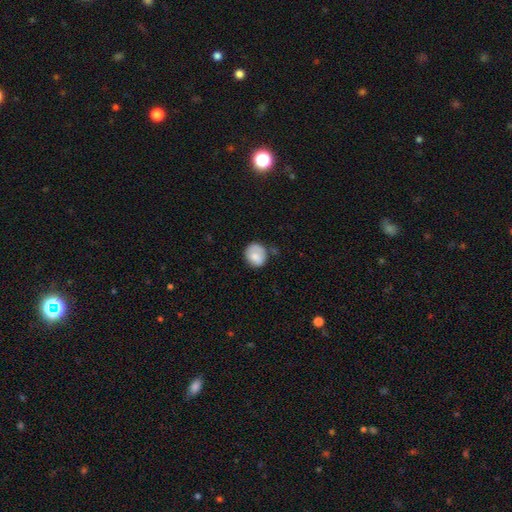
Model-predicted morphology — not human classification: smooth_or_featured: smooth (p=0.73) [alt: featured or disk p=0.20]
how_rounded: round (p=0.73) [alt: in between p=0.26]
merging: none (p=0.60) [alt: minor disturbance p=0.27]